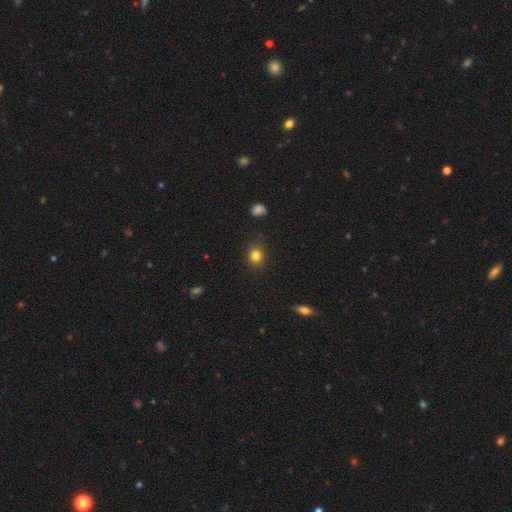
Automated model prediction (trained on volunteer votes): A smooth galaxy with no disk features (82%) that is round (69%).

Vote fractions:
- Smooth or featured? smooth: 82% / star or artifact: 12% / featured or disk: 6%
- How rounded? round: 69% / in between: 30% / cigar-shaped: 1%
- Merging? none: 87% / minor disturbance: 9% / major disturbance: 3% / merger: 1%